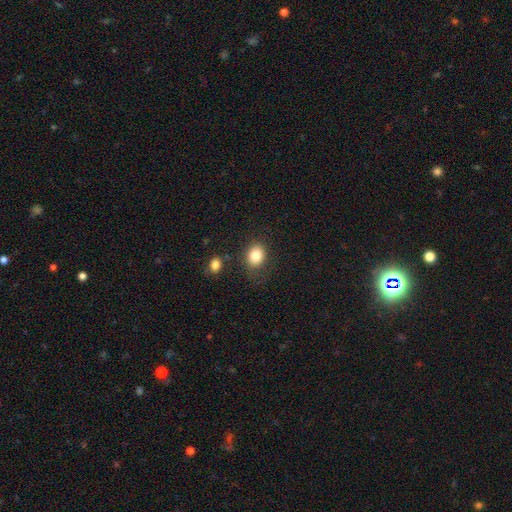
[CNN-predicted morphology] This appears to be a smooth galaxy with no disk features (83%) that is in between round and cigar-shaped (57%). Merging: none (79%).